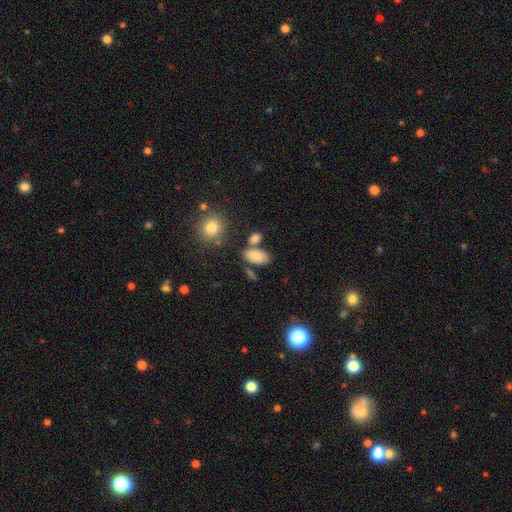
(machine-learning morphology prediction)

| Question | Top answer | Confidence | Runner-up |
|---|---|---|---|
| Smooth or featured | smooth | 84% | star or artifact (8%) |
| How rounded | in between | 92% | round (5%) |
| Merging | none | 66% | merger (17%) |